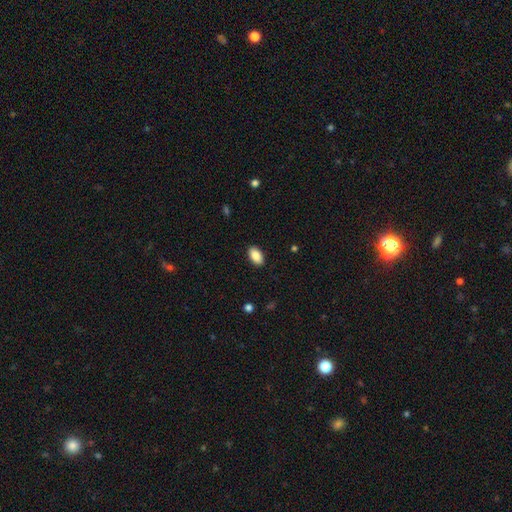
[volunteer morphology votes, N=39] smooth 90%, featured or disk 10%, star or artifact 0%. Down the decision tree: how rounded — in between (97%); merging — none (87%).